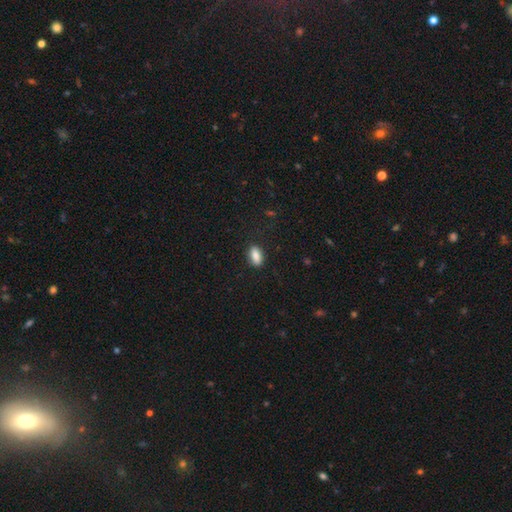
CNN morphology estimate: Q: Smooth or featured?
A: smooth (84%); runner-up: featured or disk (8%)
Q: How rounded?
A: in between (85%); runner-up: cigar-shaped (10%)
Q: Merging?
A: none (86%); runner-up: minor disturbance (10%)